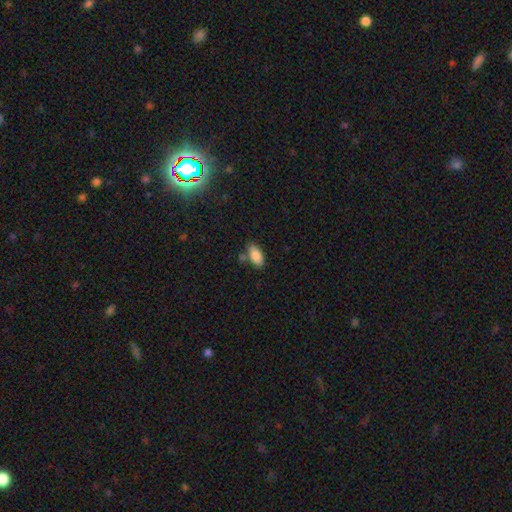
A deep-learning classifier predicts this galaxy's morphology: smooth_or_featured: smooth (p=0.84) [alt: featured or disk p=0.09]
how_rounded: in between (p=0.91) [alt: cigar-shaped p=0.06]
merging: none (p=0.70) [alt: minor disturbance p=0.17]